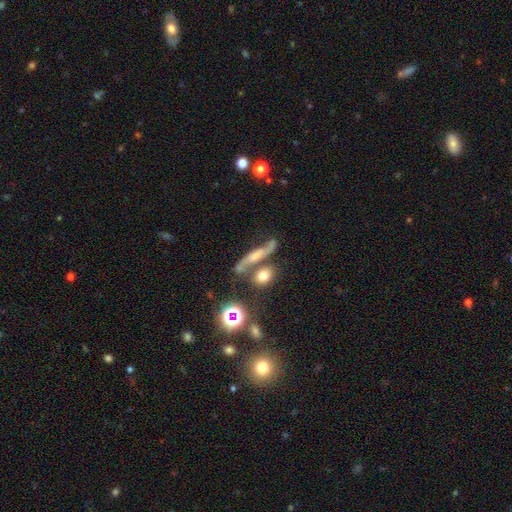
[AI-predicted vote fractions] Smooth or featured?
  - featured or disk: 51% *
  - smooth: 32%
  - star or artifact: 18%
Edge-on disk?
  - no: 59% *
  - yes: 41%
Merging?
  - none: 50% *
  - merger: 21%
  - minor disturbance: 18%
  - major disturbance: 11%